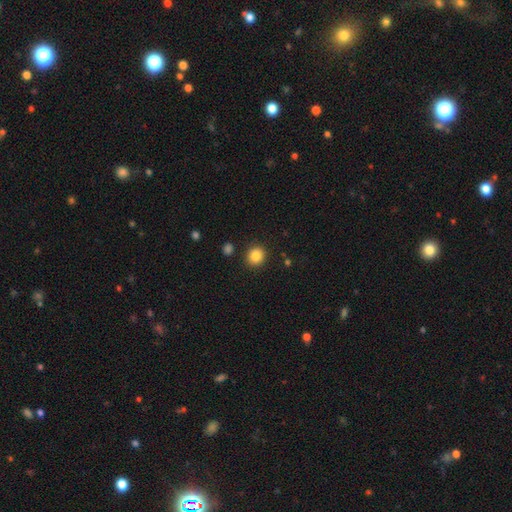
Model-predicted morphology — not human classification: Smooth or featured: smooth — 86% (star or artifact — 10%)
How rounded: round — 87% (in between — 12%)
Merging: none — 89% (minor disturbance — 6%)